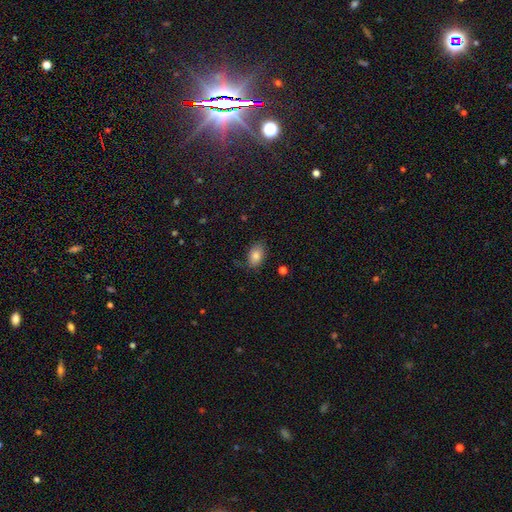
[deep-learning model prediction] Morphology: type=smooth (82%); roundness=in between (87%); merging=none (78%).